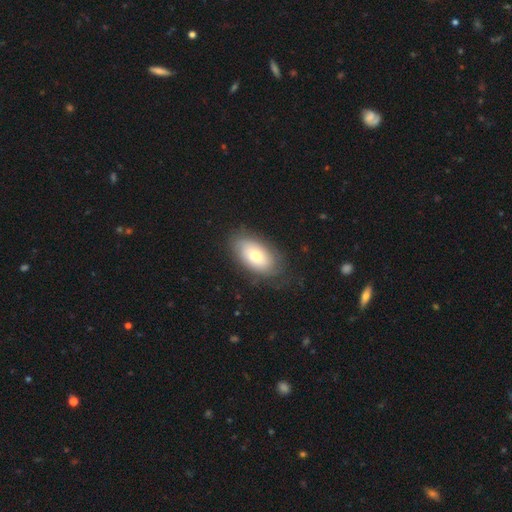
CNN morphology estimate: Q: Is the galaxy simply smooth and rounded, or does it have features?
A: smooth — 64%.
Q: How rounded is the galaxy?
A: in between — 92%.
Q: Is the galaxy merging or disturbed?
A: none — 74%.